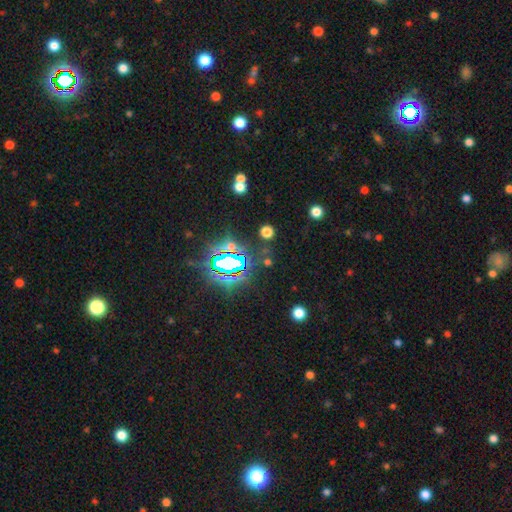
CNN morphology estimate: Smooth or featured? star or artifact (82%)